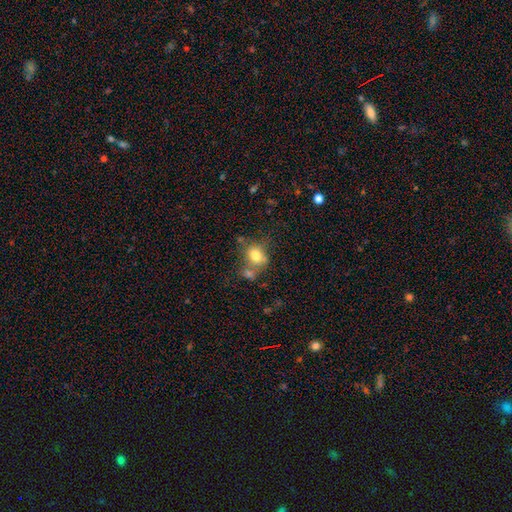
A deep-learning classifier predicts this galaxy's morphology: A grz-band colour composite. It shows a smooth galaxy with no disk features (77%) that is round (52%). Merging: none (48%).